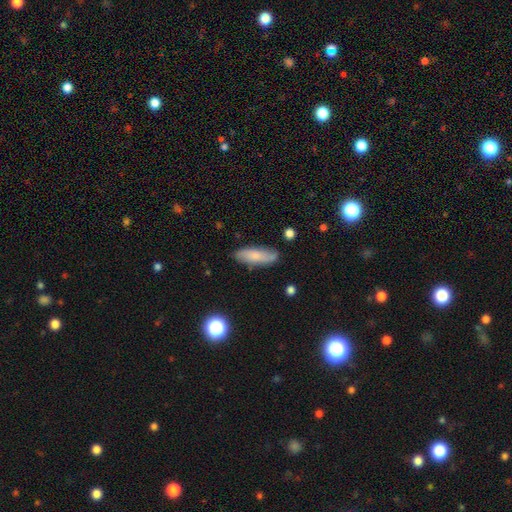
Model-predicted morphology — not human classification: A smooth galaxy with no disk features (69%) that is in between round and cigar-shaped (53%).

Vote fractions:
- Smooth or featured? smooth: 69% / featured or disk: 23% / star or artifact: 8%
- How rounded? in between: 53% / cigar-shaped: 45% / round: 3%
- Merging? none: 78% / minor disturbance: 16% / major disturbance: 3% / merger: 2%